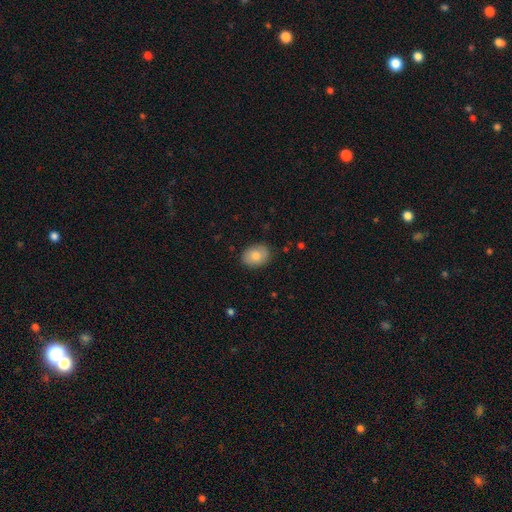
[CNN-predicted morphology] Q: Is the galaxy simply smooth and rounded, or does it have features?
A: smooth — 80%.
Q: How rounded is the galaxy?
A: in between — 67%.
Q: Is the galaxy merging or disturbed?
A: none — 85%.